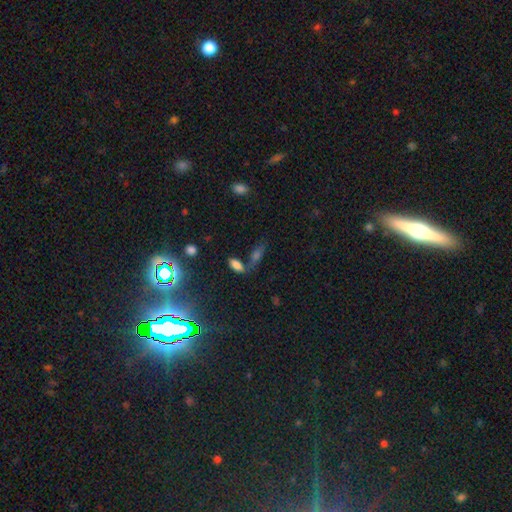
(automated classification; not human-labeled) A star or artifact, not a galaxy (45%).